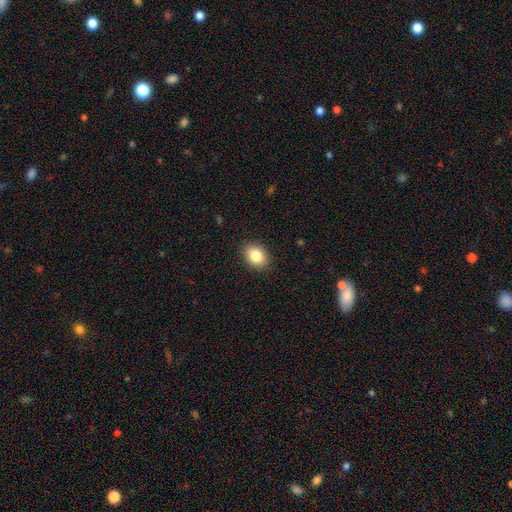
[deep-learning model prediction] smooth-or-featured: smooth: 84% | star or artifact: 9% | featured or disk: 7%
  how-rounded: in between: 66% | round: 33% | cigar-shaped: 1%
  merging: none: 89% | minor disturbance: 8% | major disturbance: 2% | merger: 1%